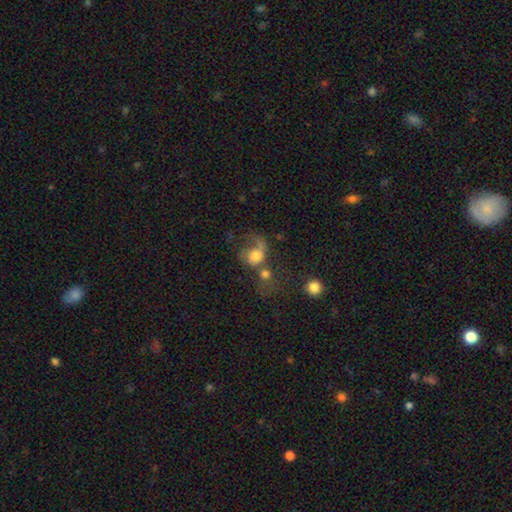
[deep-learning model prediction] This appears to be a smooth galaxy with no disk features (54%) that is round (65%). Merging: merger (41%).